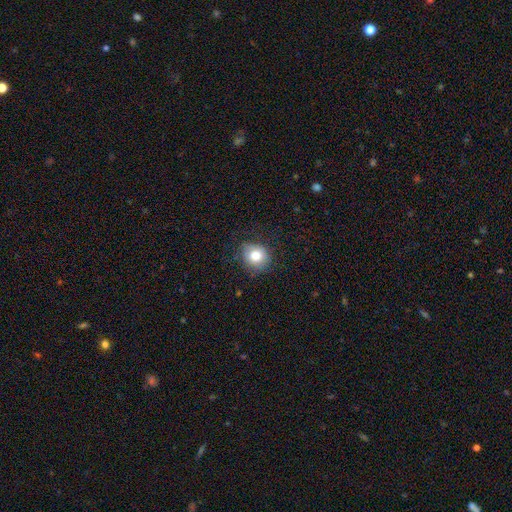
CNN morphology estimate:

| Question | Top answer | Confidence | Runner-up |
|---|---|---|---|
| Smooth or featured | smooth | 79% | featured or disk (11%) |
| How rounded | round | 72% | in between (27%) |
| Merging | none | 73% | minor disturbance (20%) |